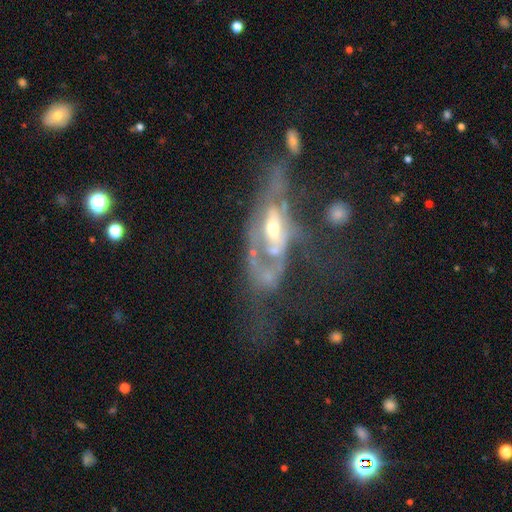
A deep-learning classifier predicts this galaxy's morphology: A featured or disk galaxy (77%) with no bar (65%), spiral arms (57%) and a moderate central bulge (53%).

Vote fractions:
- Smooth or featured? featured or disk: 77% / smooth: 13% / star or artifact: 10%
- Edge-on disk? no: 74% / yes: 26%
- Bar? no: 65% / weak: 23% / strong: 12%
- Spiral arms? yes: 57% / no: 43%
- Bulge size? moderate: 53% / small: 38% / large: 4% / none: 3% / dominant: 2%
- Merging? major disturbance: 36% / none: 32% / minor disturbance: 17% / merger: 15%